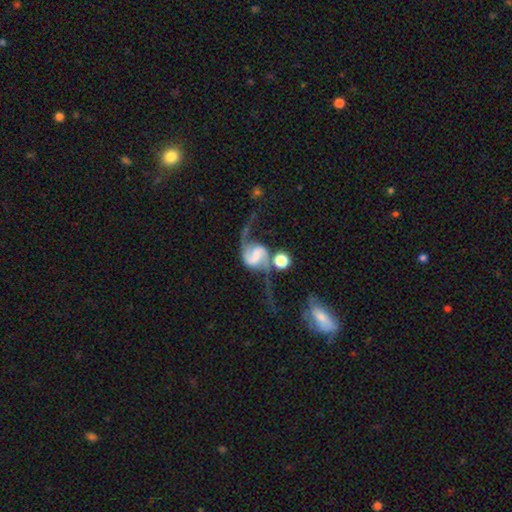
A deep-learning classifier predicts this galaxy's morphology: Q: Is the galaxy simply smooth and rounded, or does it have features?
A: featured or disk — 85%.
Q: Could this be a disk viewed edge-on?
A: no — 97%.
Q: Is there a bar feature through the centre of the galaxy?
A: weak — 38%.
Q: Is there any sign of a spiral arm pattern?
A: yes — 96%.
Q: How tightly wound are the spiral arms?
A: loose — 78%.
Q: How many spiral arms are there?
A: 2 — 92%.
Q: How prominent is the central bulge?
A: none — 51%.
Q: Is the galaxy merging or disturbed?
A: none — 44%.